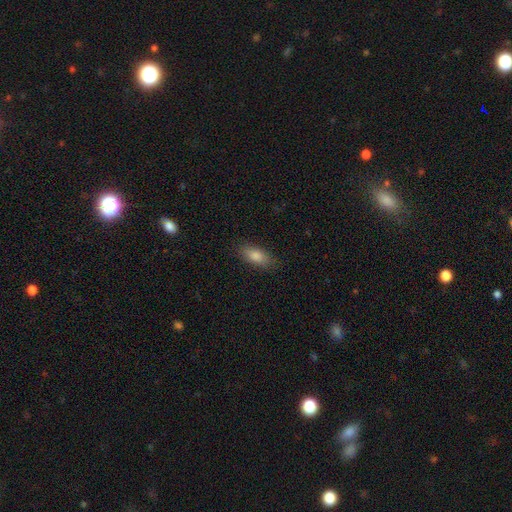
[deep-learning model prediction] Smooth or featured: smooth — 82% (featured or disk — 10%)
How rounded: in between — 81% (cigar-shaped — 16%)
Merging: none — 86% (minor disturbance — 11%)